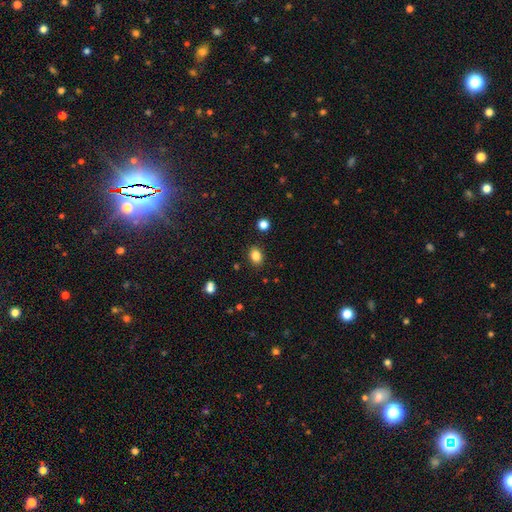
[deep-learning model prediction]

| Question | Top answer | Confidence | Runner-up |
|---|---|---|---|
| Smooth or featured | smooth | 85% | star or artifact (11%) |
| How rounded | in between | 67% | round (31%) |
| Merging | none | 87% | minor disturbance (9%) |